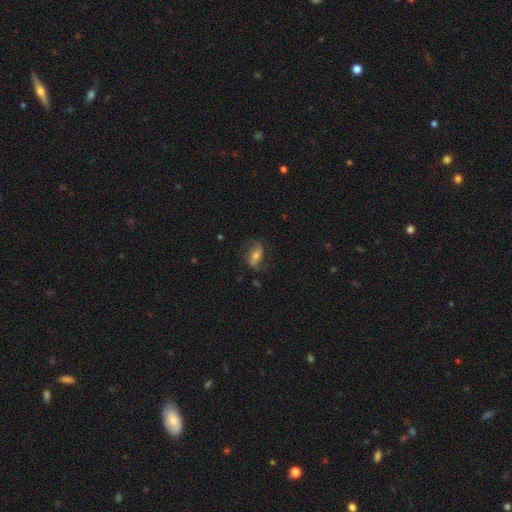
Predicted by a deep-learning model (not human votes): Smooth or featured?
  - featured or disk: 64% *
  - smooth: 23%
  - star or artifact: 13%
Edge-on disk?
  - no: 94% *
  - yes: 6%
Bar?
  - no: 42% *
  - weak: 35%
  - strong: 23%
Spiral arms?
  - yes: 89% *
  - no: 11%
Spiral winding?
  - loose: 44% *
  - medium: 38%
  - tight: 18%
Spiral arm count?
  - 2: 83% *
  - can't tell: 8%
  - 1: 4%
  - 3: 2%
  - 4: 1%
  - more than 4: 1%
Bulge size?
  - moderate: 53% *
  - small: 37%
  - large: 6%
  - none: 3%
  - dominant: 1%
Merging?
  - none: 71% *
  - minor disturbance: 18%
  - major disturbance: 9%
  - merger: 1%